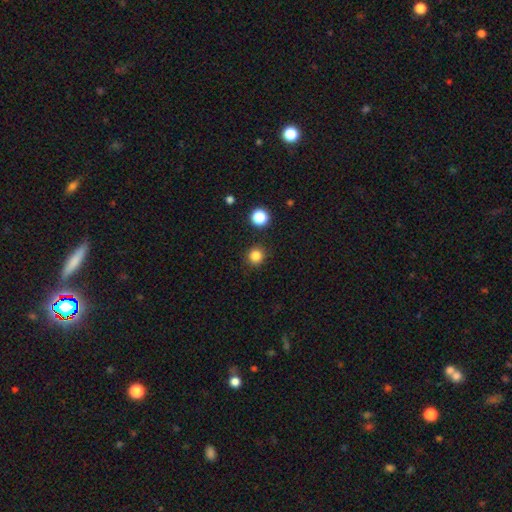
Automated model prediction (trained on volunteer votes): smooth 84%, star or artifact 13%, featured or disk 4%. Down the decision tree: how rounded — round (93%); merging — none (90%).